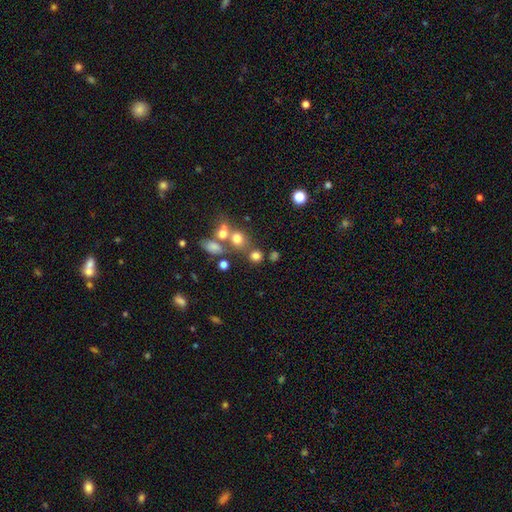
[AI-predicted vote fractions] Smooth or featured?
  - smooth: 72% *
  - star or artifact: 17%
  - featured or disk: 11%
How rounded?
  - round: 80% *
  - in between: 18%
  - cigar-shaped: 1%
Merging?
  - none: 57% *
  - merger: 27%
  - minor disturbance: 9%
  - major disturbance: 6%